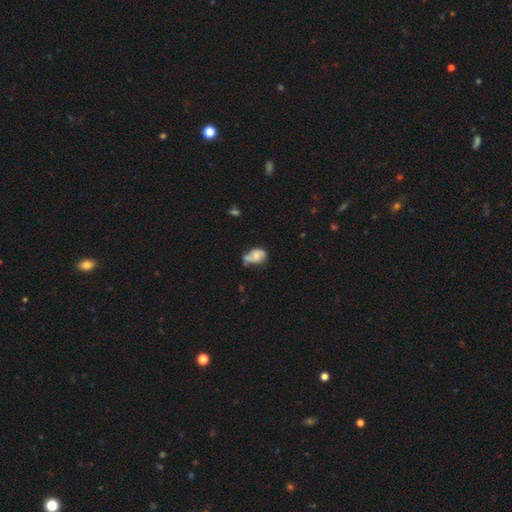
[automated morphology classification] smooth_or_featured: smooth (p=0.48) [alt: featured or disk p=0.43]
merging: none (p=0.31) [alt: minor disturbance p=0.29]